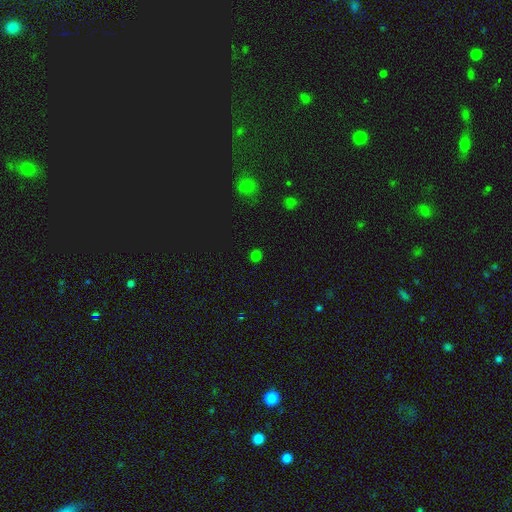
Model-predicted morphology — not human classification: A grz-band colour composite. It shows a smooth galaxy with no disk features (69%) that is round (85%). Merging: none (89%).